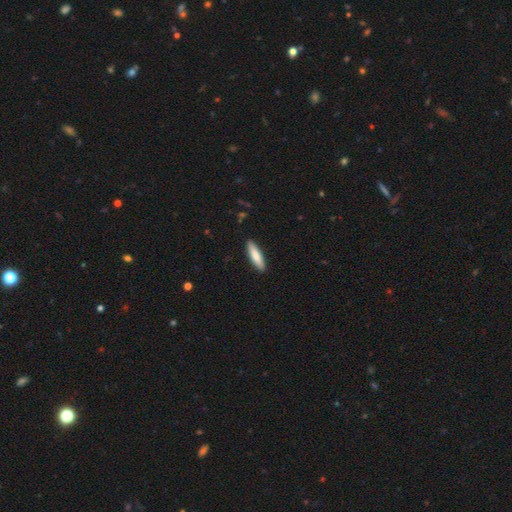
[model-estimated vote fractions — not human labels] smooth_or_featured: smooth (p=0.77) [alt: featured or disk p=0.17]
how_rounded: cigar-shaped (p=0.74) [alt: in between p=0.25]
merging: none (p=0.90) [alt: minor disturbance p=0.07]